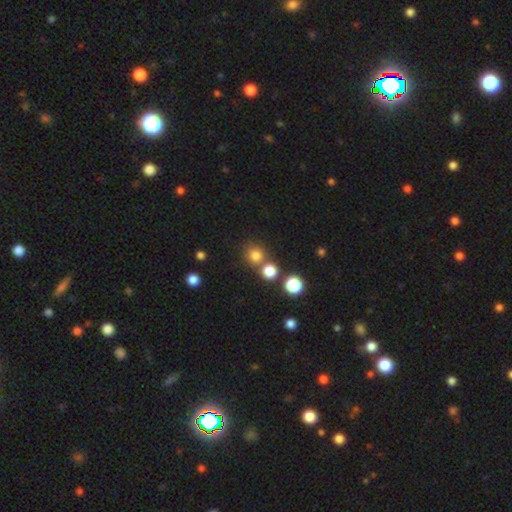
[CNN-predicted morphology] Overall: smooth (78%). How rounded: round (89%). Merging: none (70%).